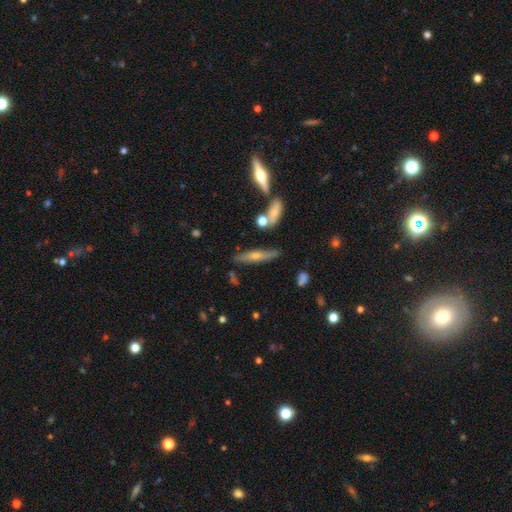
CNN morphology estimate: smooth-or-featured: featured or disk: 56% | smooth: 35% | star or artifact: 9%
  disk-edge-on: yes: 90% | no: 10%
    edge-on-bulge: rounded: 86% | none: 10% | boxy: 4%
  merging: none: 76% | minor disturbance: 13% | merger: 7% | major disturbance: 3%